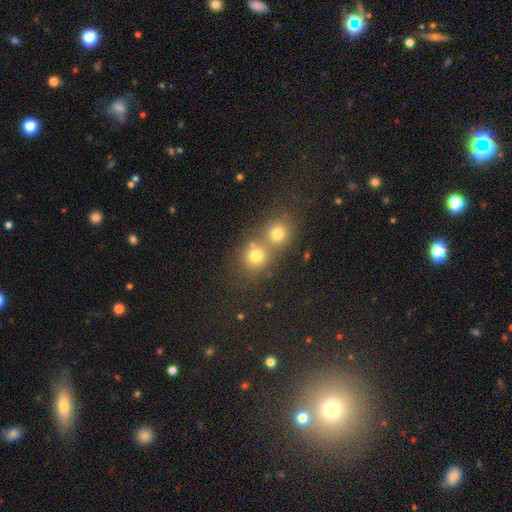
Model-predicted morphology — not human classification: This appears to be a smooth galaxy with no disk features (75%) that is round (84%). Merging: merger (48%).